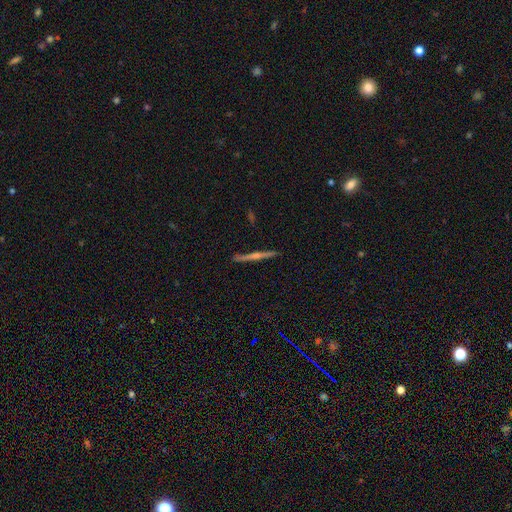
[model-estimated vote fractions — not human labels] Smooth or featured?
  - featured or disk: 59% *
  - smooth: 24%
  - star or artifact: 17%
Edge-on disk?
  - yes: 92% *
  - no: 8%
Edge-on bulge?
  - rounded: 58% *
  - none: 31%
  - boxy: 11%
Merging?
  - none: 87% *
  - minor disturbance: 8%
  - merger: 3%
  - major disturbance: 3%